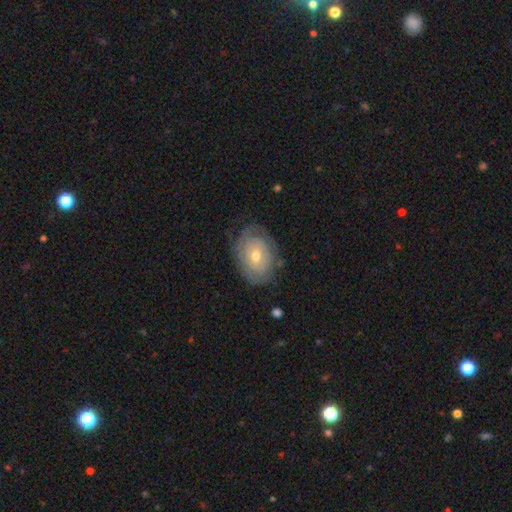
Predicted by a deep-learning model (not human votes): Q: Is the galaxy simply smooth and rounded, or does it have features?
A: featured or disk — 51%.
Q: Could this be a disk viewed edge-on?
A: no — 94%.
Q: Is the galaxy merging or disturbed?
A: none — 70%.